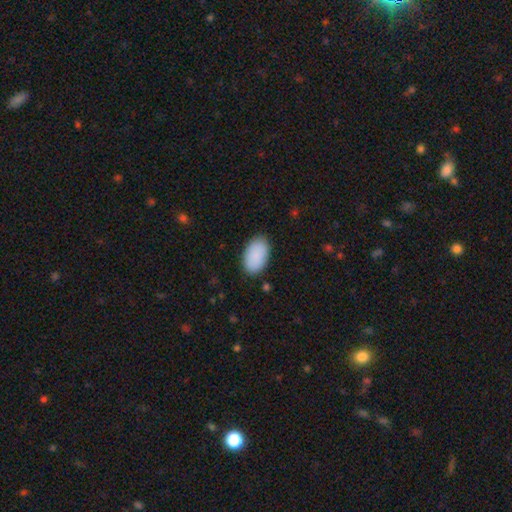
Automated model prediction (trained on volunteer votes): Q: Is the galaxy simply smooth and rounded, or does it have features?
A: smooth — 90%.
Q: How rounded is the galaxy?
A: in between — 95%.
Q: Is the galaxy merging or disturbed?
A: none — 86%.